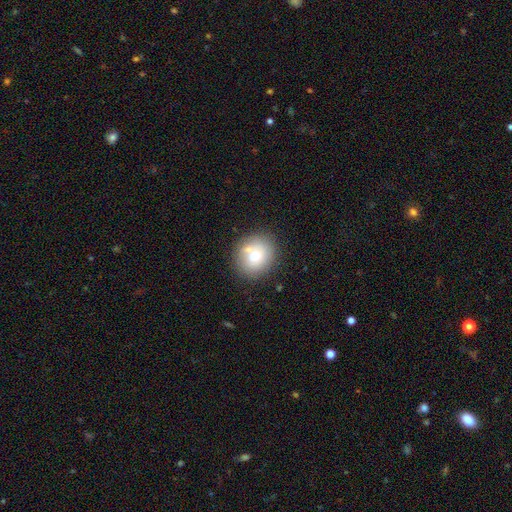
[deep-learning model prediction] This appears to be a smooth galaxy with no disk features (66%) that is round (84%). Merging: none (69%).